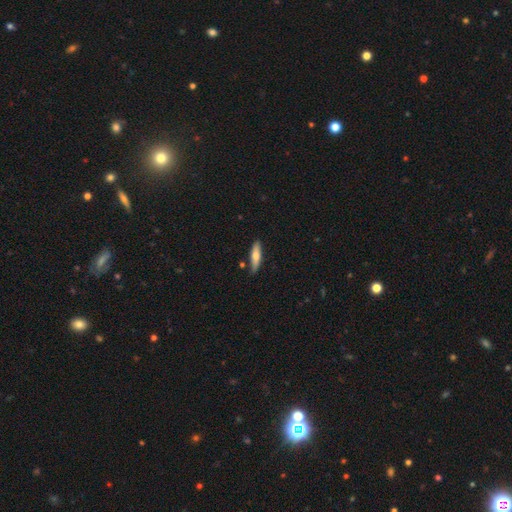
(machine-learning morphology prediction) This is likely a smooth galaxy (65%). How rounded: likely cigar-shaped (73%). Merging: clearly none (81%).